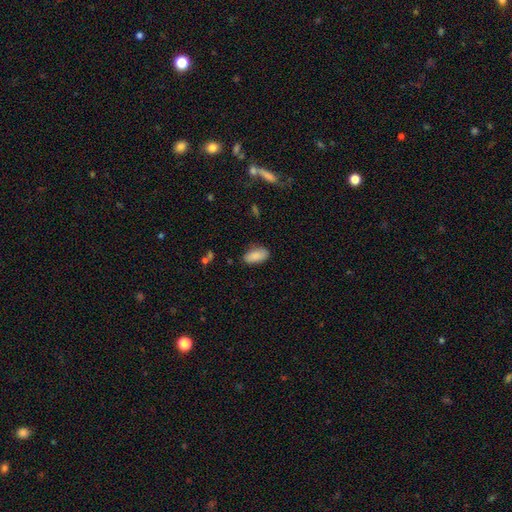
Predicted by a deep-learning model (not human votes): This appears to be a smooth galaxy with no disk features (87%) that is in between round and cigar-shaped (93%). Merging: none (81%).